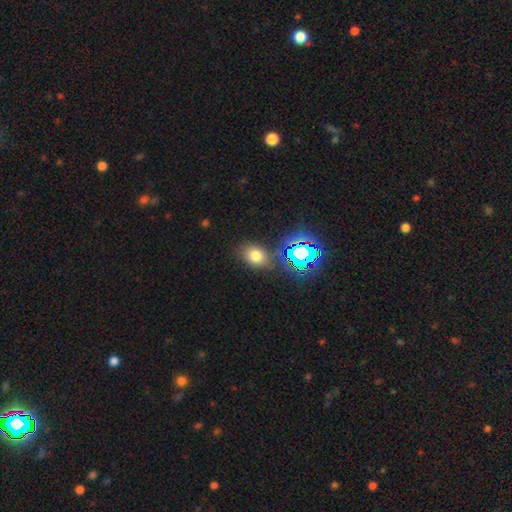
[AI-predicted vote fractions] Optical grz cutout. It shows a smooth galaxy with no disk features (67%) that is in between round and cigar-shaped (65%). Merging: none (79%).